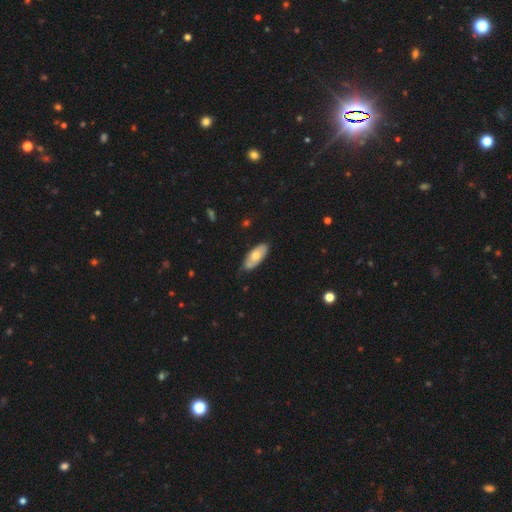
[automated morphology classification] This is likely a smooth galaxy (64%). How rounded: clearly in between (84%). Merging: likely none (73%).